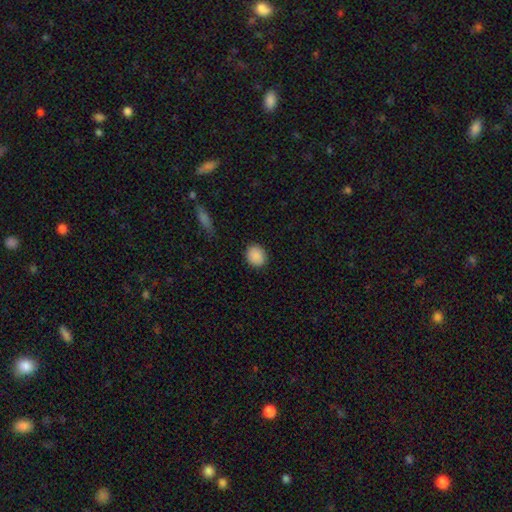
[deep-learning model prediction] Smooth or featured? Predicted: smooth (p=0.90). How rounded? Predicted: round (p=0.70). Merging? Predicted: none (p=0.89).